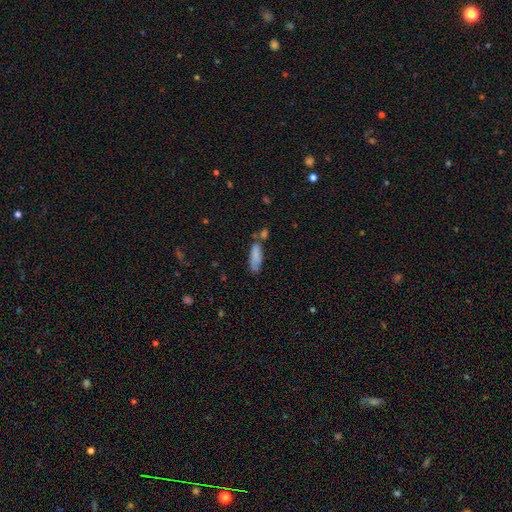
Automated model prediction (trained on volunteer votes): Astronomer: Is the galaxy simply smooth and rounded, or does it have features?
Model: smooth — 79%.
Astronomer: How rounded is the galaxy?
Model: in between — 55% (runner-up: cigar-shaped, 43%).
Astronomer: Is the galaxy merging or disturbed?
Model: none — 51%.